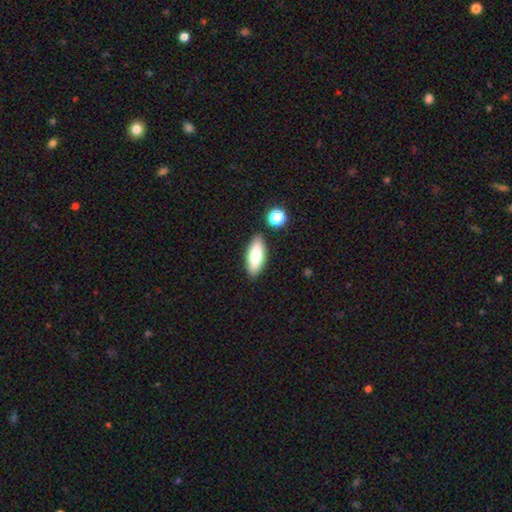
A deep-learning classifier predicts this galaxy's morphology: Smooth or featured? Predicted: smooth (p=0.75). How rounded? Predicted: in between (p=0.74). Merging? Predicted: none (p=0.86).